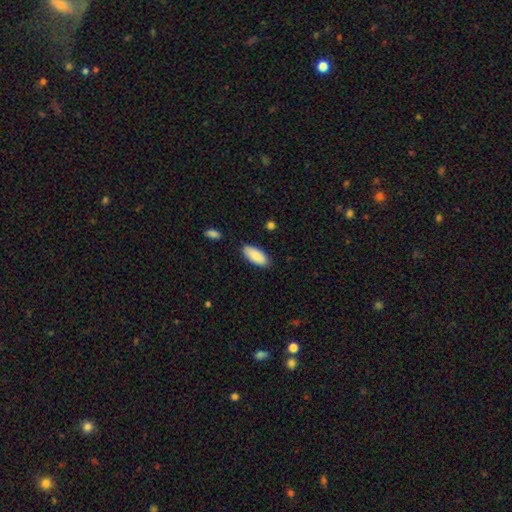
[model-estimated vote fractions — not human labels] A smooth galaxy with no disk features (88%) that is in between round and cigar-shaped (85%).

Vote fractions:
- Smooth or featured? smooth: 88% / featured or disk: 6% / star or artifact: 6%
- How rounded? in between: 85% / cigar-shaped: 13% / round: 2%
- Merging? none: 86% / minor disturbance: 10% / major disturbance: 2% / merger: 2%